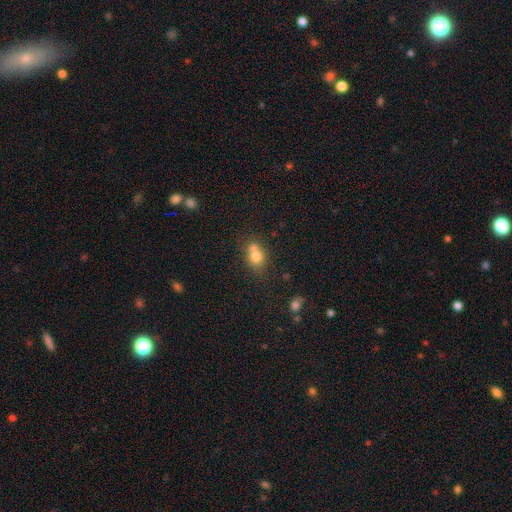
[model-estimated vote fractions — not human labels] smooth_or_featured: smooth (p=0.73) [alt: featured or disk p=0.15]
how_rounded: round (p=0.59) [alt: in between p=0.39]
merging: merger (p=0.48) [alt: none p=0.38]